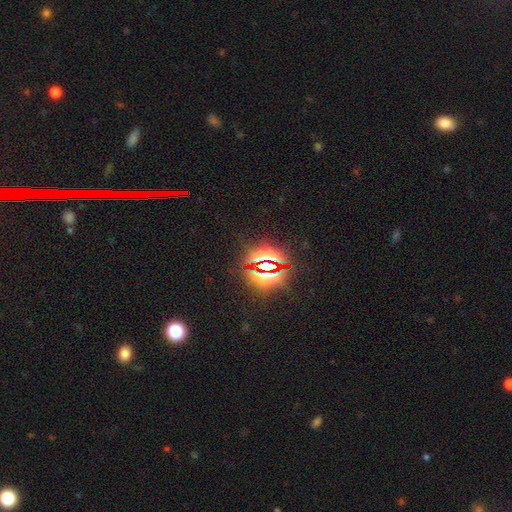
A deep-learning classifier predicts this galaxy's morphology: This appears to be a star or artifact, not a galaxy (79%).